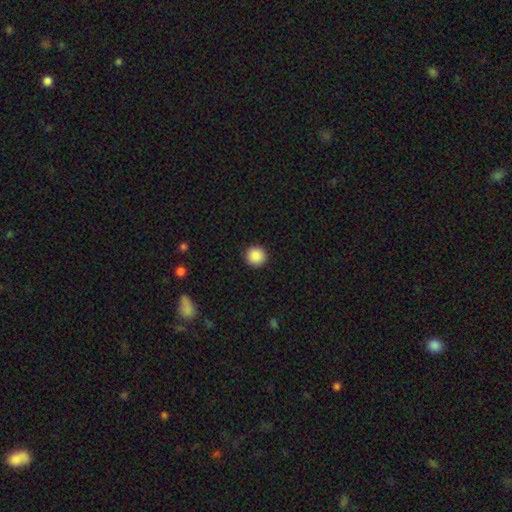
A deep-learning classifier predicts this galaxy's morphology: This is clearly a smooth galaxy (88%). How rounded: clearly round (95%). Merging: clearly none (92%).